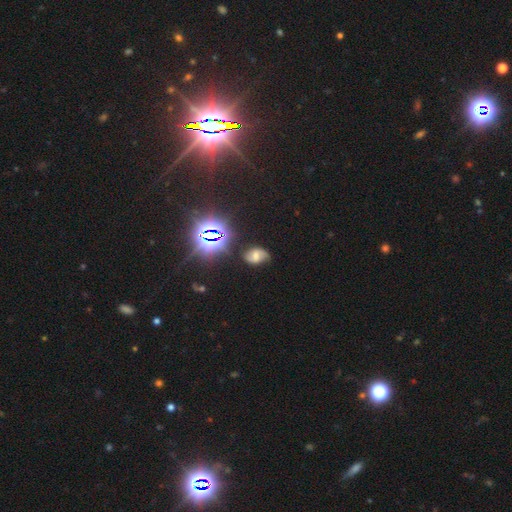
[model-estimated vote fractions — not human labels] smooth_or_featured: featured or disk (p=0.41) [alt: smooth p=0.36]
merging: none (p=0.70) [alt: minor disturbance p=0.21]